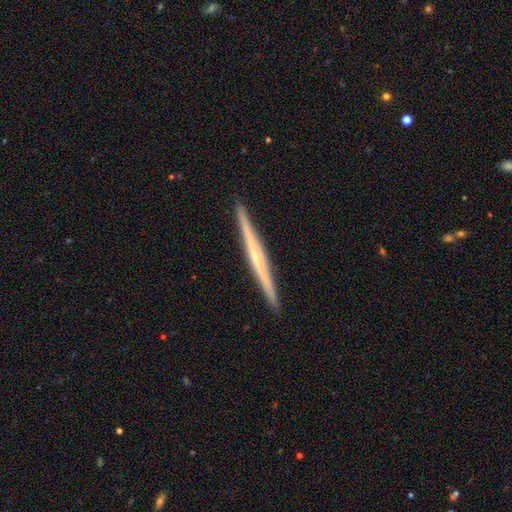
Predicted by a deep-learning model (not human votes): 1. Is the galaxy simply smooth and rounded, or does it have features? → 72% featured or disk, 23% smooth, 5% star or artifact.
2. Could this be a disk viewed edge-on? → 98% yes, 2% no.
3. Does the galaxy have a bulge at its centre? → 54% none, 40% rounded, 6% boxy.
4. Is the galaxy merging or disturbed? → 93% none, 5% minor disturbance, 1% major disturbance, 1% merger.